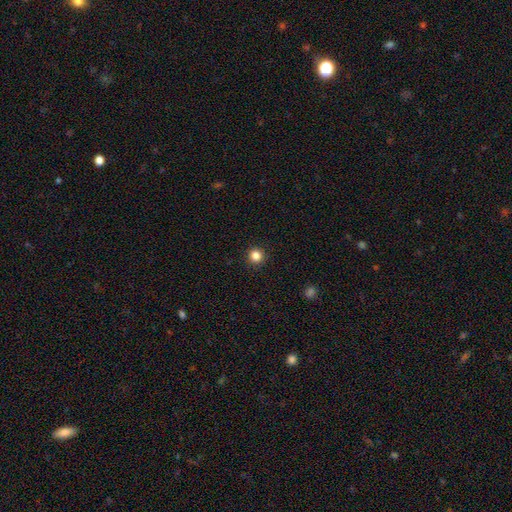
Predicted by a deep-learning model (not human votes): This appears to be a smooth galaxy with no disk features (84%) that is round (95%). Merging: none (93%).